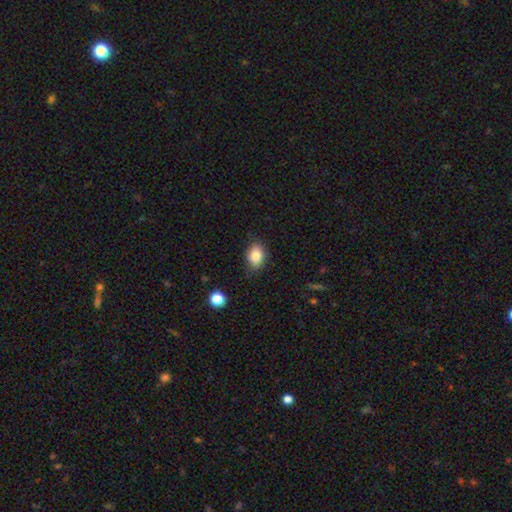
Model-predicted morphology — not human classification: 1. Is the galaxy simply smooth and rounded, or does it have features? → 85% smooth, 9% star or artifact, 7% featured or disk.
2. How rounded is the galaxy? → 81% in between, 18% round, 1% cigar-shaped.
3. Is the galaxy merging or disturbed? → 78% none, 17% minor disturbance, 3% major disturbance, 2% merger.